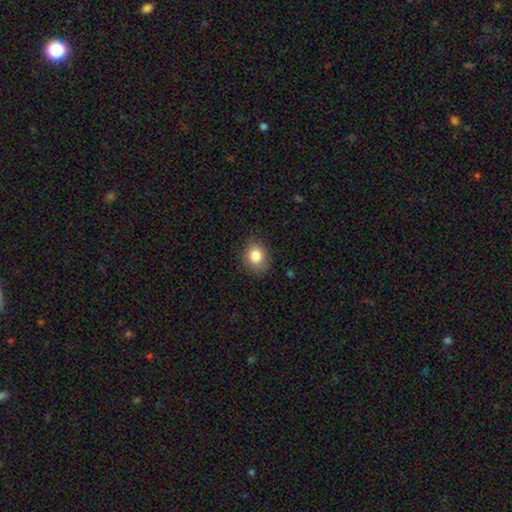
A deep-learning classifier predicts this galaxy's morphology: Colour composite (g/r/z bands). It shows a smooth galaxy with no disk features (84%) that is round (61%). Merging: none (84%).